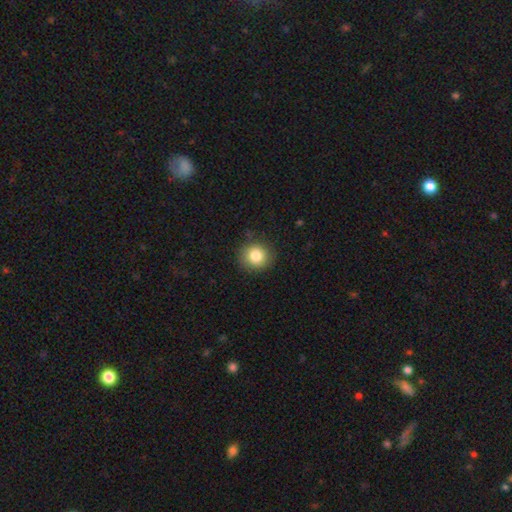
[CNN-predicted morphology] Q: Smooth or featured?
A: smooth (83%); runner-up: star or artifact (10%)
Q: How rounded?
A: round (90%); runner-up: in between (9%)
Q: Merging?
A: none (88%); runner-up: minor disturbance (9%)